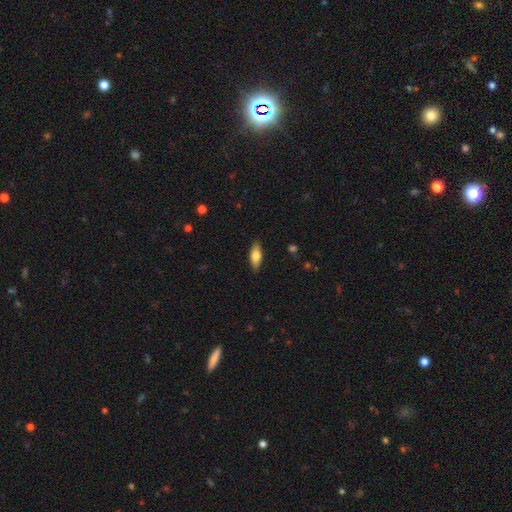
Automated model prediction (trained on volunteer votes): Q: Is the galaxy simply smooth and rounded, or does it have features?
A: smooth — 69%.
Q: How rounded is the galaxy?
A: in between — 66%.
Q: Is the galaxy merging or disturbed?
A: none — 87%.